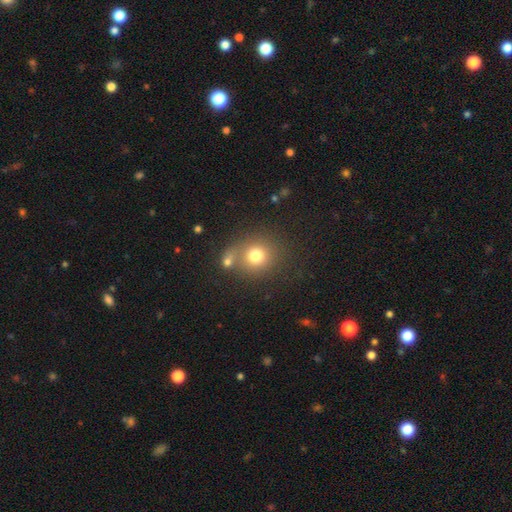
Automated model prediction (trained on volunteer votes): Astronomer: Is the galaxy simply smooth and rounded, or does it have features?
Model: smooth — 76%.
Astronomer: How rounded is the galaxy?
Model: round — 83%.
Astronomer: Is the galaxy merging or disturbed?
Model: none — 57%.